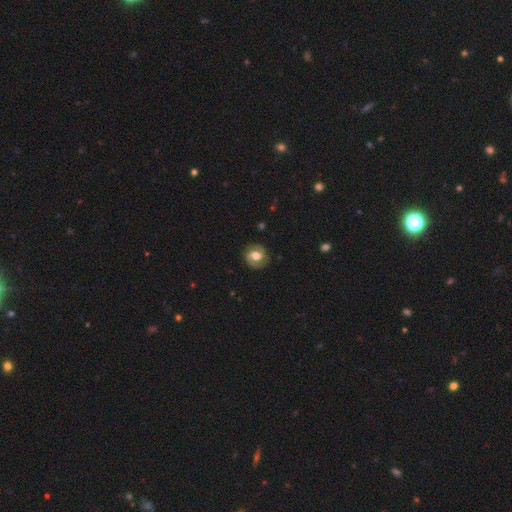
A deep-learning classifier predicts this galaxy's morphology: This is likely a featured or disk galaxy (70%). It is clearly not viewed edge-on (97%). Bar: marginally weak (43%). Spiral arm pattern: clearly yes (89%). Spiral arm count: clearly 2 (90%). Spiral winding: possibly medium (47%). Central bulge: likely moderate (62%). Merging: clearly none (85%).